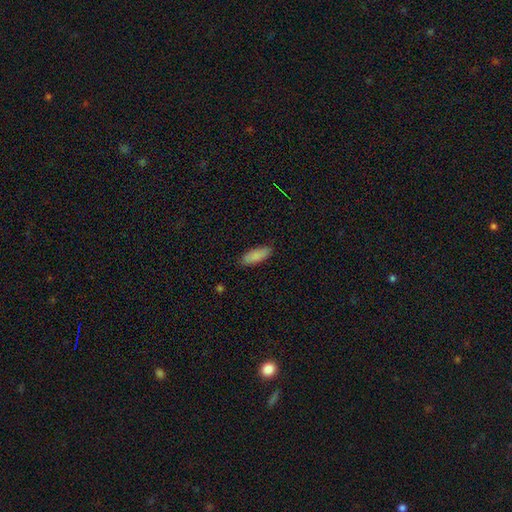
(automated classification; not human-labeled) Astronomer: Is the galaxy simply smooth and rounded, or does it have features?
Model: smooth — 87%.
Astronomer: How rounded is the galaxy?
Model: in between — 71%.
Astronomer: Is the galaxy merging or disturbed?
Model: none — 85%.